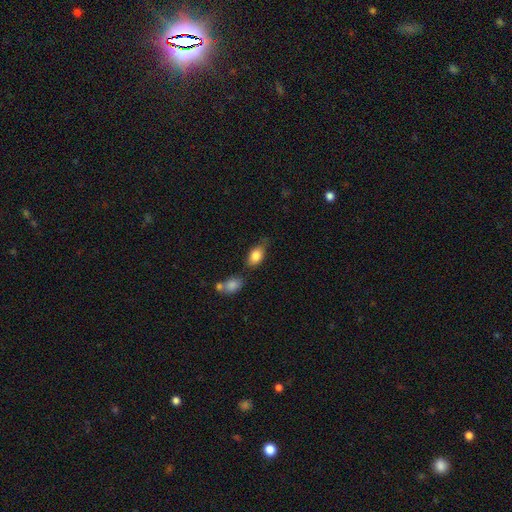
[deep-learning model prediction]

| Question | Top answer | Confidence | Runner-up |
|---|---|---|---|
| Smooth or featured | smooth | 82% | featured or disk (11%) |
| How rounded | in between | 87% | round (9%) |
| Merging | none | 60% | minor disturbance (26%) |